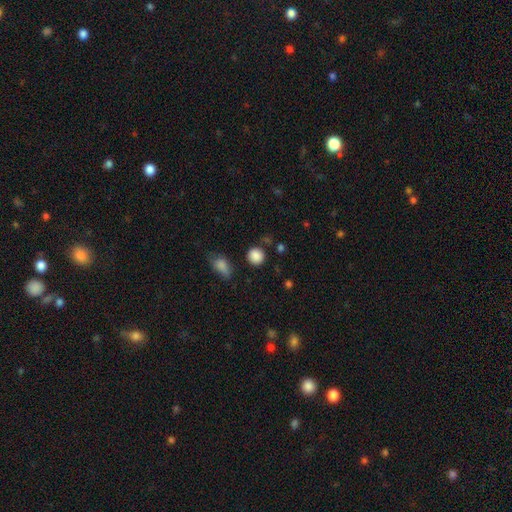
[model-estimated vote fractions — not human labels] A smooth galaxy with no disk features (87%) that is round (88%).

Vote fractions:
- Smooth or featured? smooth: 87% / star or artifact: 10% / featured or disk: 4%
- How rounded? round: 88% / in between: 11% / cigar-shaped: 1%
- Merging? none: 83% / minor disturbance: 10% / merger: 4% / major disturbance: 3%